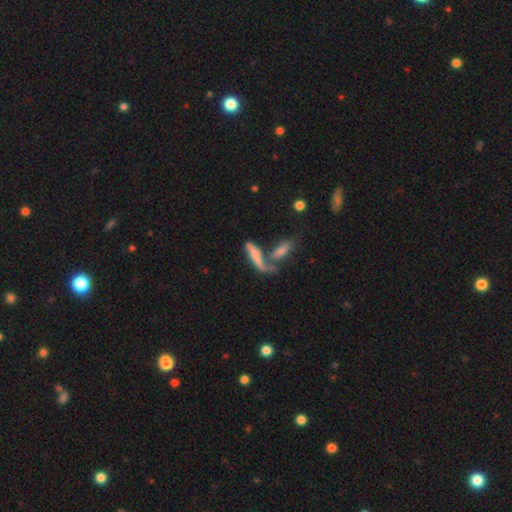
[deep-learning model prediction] smooth-or-featured: smooth: 58% | featured or disk: 33% | star or artifact: 9%
  how-rounded: cigar-shaped: 71% | in between: 26% | round: 3%
  merging: merger: 48% | none: 31% | minor disturbance: 11% | major disturbance: 9%